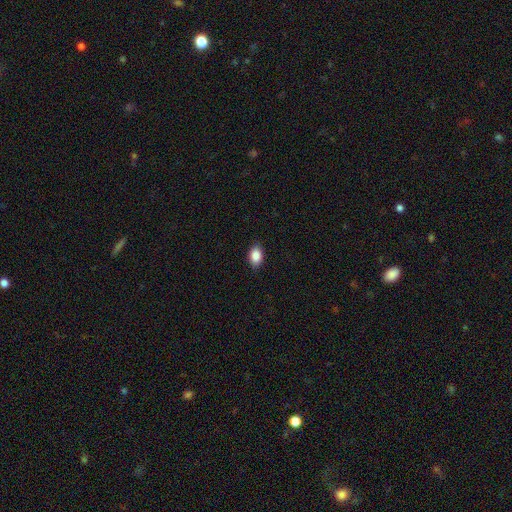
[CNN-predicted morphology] type=smooth (87%); roundness=in between (86%); merging=none (89%).